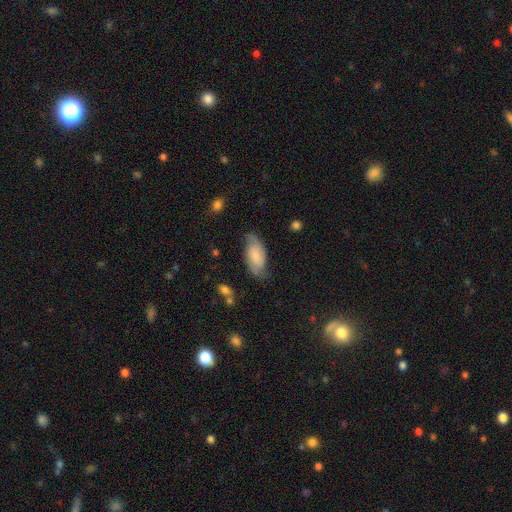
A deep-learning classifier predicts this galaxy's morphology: This appears to be a featured or disk galaxy (49%). Merging: none (63%).